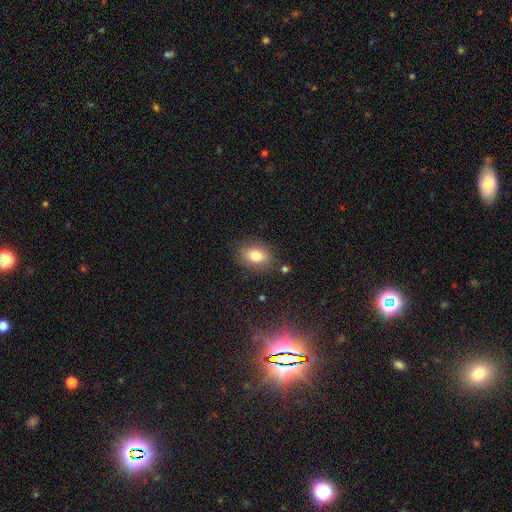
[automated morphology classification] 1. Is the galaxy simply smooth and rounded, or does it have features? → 79% smooth, 11% featured or disk, 10% star or artifact.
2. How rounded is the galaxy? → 77% in between, 21% round, 2% cigar-shaped.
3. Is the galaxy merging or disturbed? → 83% none, 11% minor disturbance, 3% major disturbance, 3% merger.